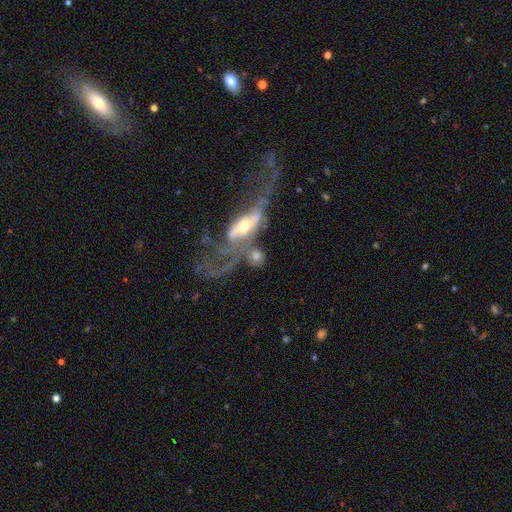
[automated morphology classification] Overall: featured or disk (59%; smooth 32%). Edge-on disk: no (77%). Merging: merger (41%; major disturbance 27%).